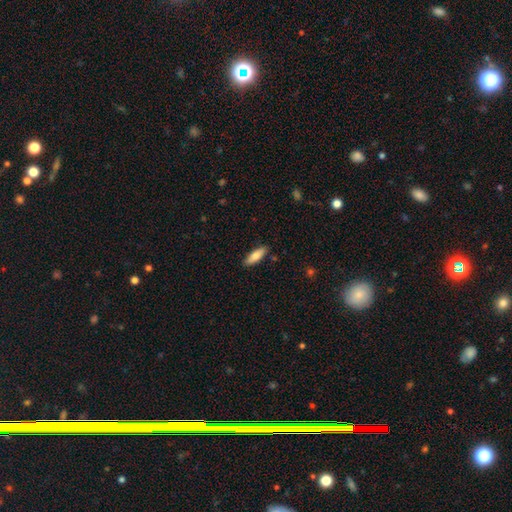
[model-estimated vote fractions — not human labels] Q: Smooth or featured?
A: smooth (75%); runner-up: featured or disk (19%)
Q: How rounded?
A: in between (57%); runner-up: cigar-shaped (41%)
Q: Merging?
A: none (87%); runner-up: minor disturbance (10%)